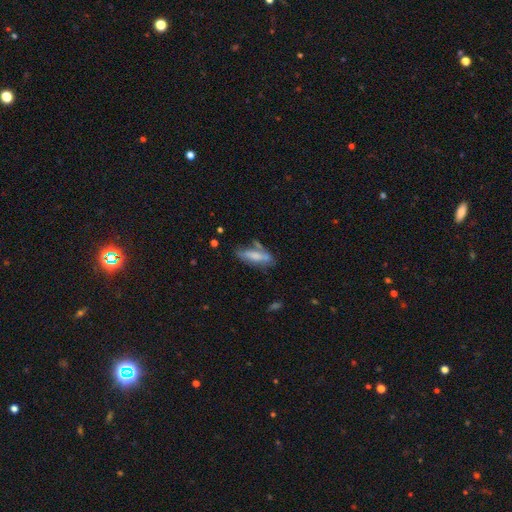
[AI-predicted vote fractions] This is possibly a smooth galaxy (59%). How rounded: possibly cigar-shaped (52%). Merging: possibly none (50%).